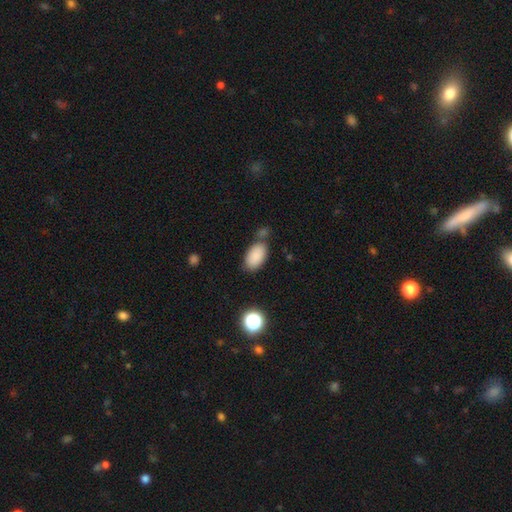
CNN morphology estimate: Smooth or featured?
  - smooth: 87% *
  - star or artifact: 8%
  - featured or disk: 4%
How rounded?
  - in between: 94% *
  - round: 4%
  - cigar-shaped: 2%
Merging?
  - none: 69% *
  - minor disturbance: 14%
  - merger: 12%
  - major disturbance: 4%